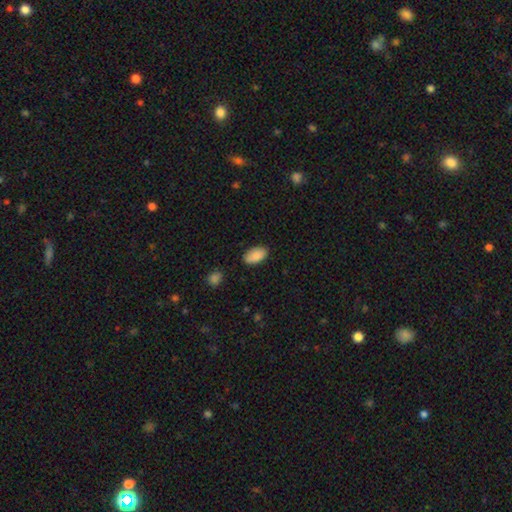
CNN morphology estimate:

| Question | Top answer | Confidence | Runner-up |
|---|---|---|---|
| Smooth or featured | smooth | 89% | star or artifact (7%) |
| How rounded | in between | 94% | round (4%) |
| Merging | none | 84% | minor disturbance (12%) |